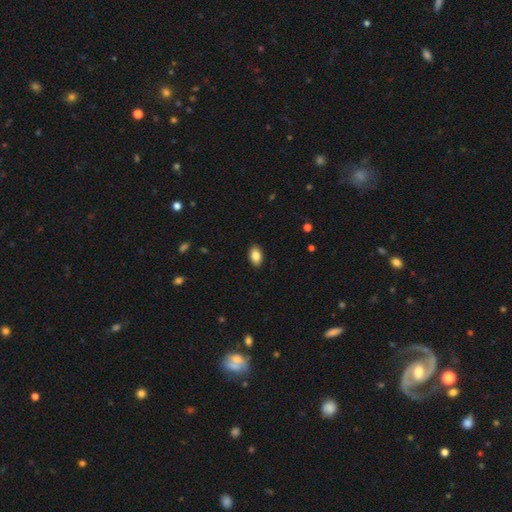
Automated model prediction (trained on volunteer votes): The model was most divided on "smooth or featured": smooth: 87%, star or artifact: 7%, featured or disk: 6%. More confident: how rounded — in between (91%); merging — none (90%).